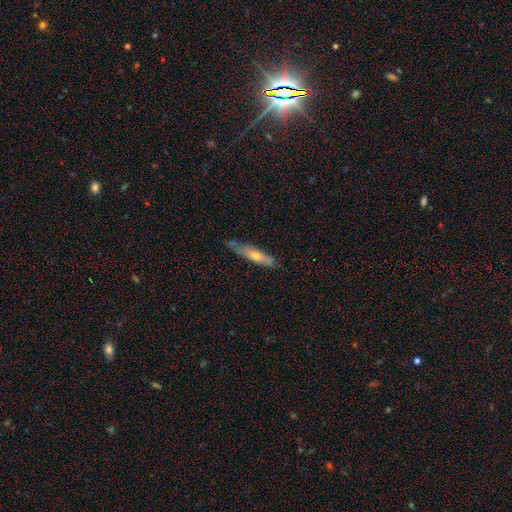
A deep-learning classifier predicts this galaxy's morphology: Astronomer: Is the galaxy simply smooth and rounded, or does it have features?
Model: smooth — 51% (runner-up: featured or disk, 43%).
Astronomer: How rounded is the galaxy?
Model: cigar-shaped — 82%.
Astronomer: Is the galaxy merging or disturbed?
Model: none — 71%.